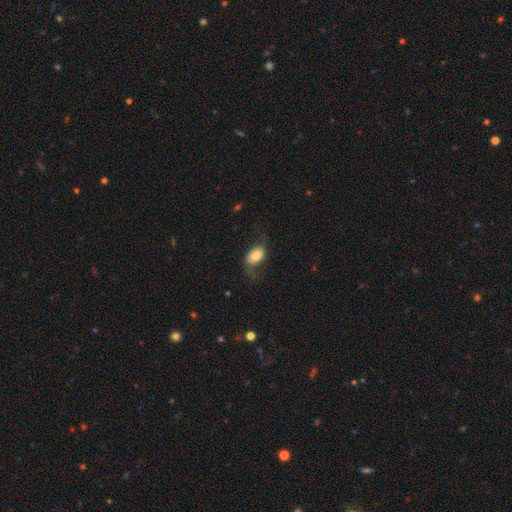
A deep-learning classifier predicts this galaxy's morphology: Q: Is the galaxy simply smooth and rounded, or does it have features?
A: smooth — 61%.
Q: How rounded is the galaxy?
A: in between — 85%.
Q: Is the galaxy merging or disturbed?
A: none — 56%.